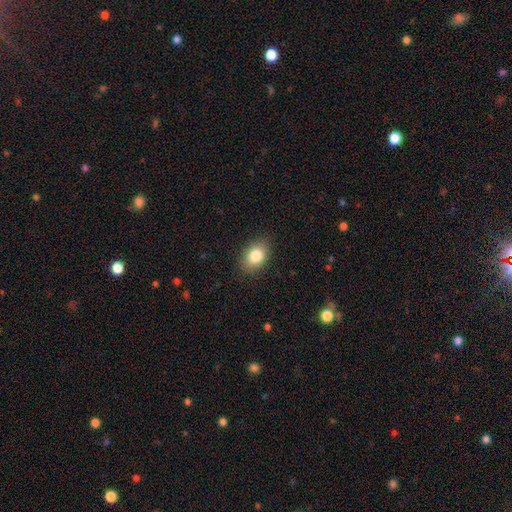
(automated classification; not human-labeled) A smooth galaxy with no disk features (83%) that is in between round and cigar-shaped (74%). Merging: none (87%).